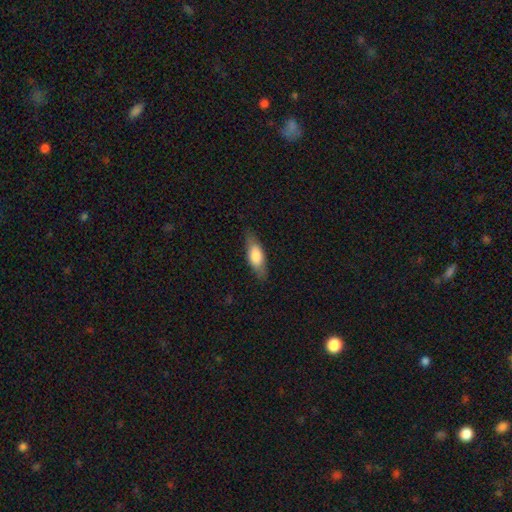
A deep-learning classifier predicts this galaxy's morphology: This is likely a smooth galaxy (72%). How rounded: likely in between (66%). Merging: clearly none (82%).